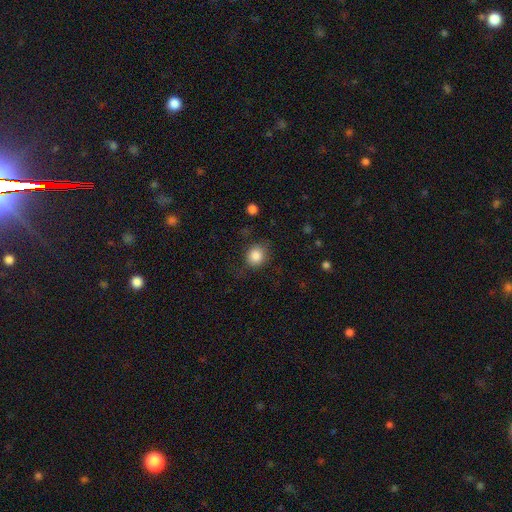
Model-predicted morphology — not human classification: This appears to be a smooth galaxy with no disk features (86%) that is round (78%). Merging: none (77%).